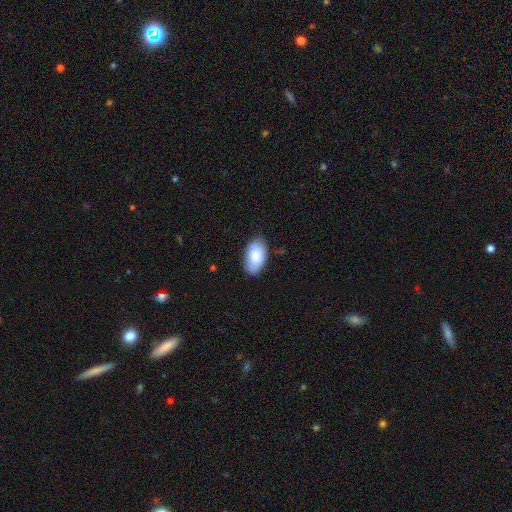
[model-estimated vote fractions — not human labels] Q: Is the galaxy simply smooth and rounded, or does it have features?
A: smooth — 82%.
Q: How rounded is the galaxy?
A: in between — 95%.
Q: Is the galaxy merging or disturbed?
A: none — 78%.